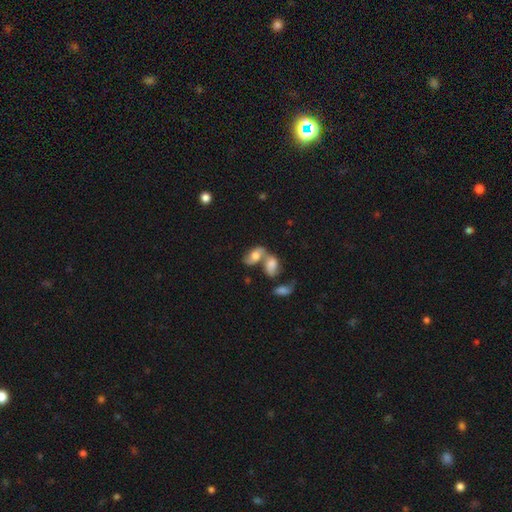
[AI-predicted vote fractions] This appears to be a featured or disk galaxy (47%). Merging: merger (61%).